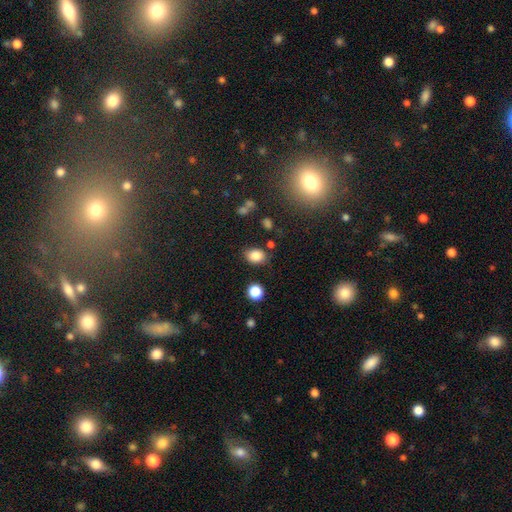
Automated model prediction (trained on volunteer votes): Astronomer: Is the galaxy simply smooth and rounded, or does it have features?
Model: smooth — 84%.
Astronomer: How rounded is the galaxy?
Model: in between — 65%.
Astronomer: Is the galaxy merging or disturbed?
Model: none — 76%.